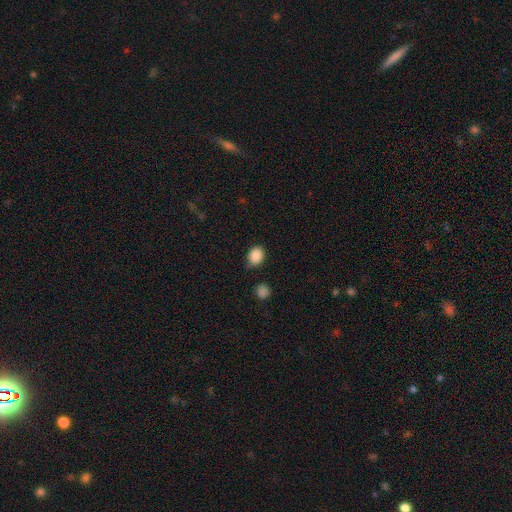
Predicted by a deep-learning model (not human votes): The model was most divided on "how rounded": round: 58%, in between: 41%, cigar-shaped: 1%. More confident: smooth or featured — smooth (88%); merging — none (75%).